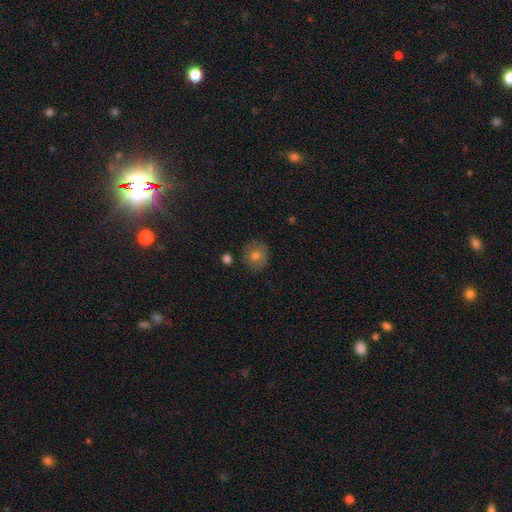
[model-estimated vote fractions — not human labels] Smooth or featured: smooth — 73% (featured or disk — 16%)
How rounded: round — 88% (in between — 11%)
Merging: none — 82% (minor disturbance — 12%)